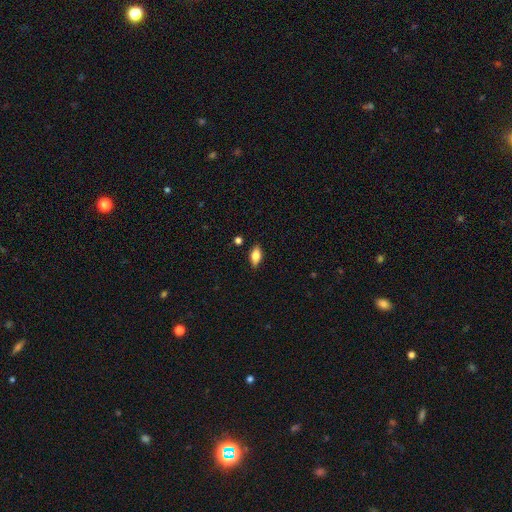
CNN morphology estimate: Smooth or featured? smooth (72%)
How rounded? in between (85%)
Merging? none (86%)